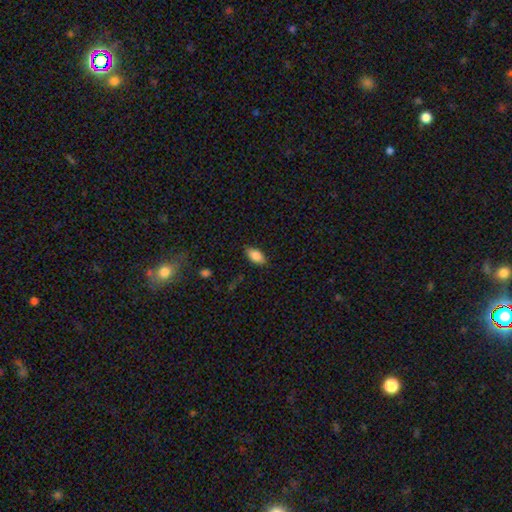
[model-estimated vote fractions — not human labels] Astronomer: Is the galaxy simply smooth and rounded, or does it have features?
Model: smooth — 83%.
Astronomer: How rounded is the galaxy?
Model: in between — 91%.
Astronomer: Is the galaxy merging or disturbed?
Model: none — 83%.